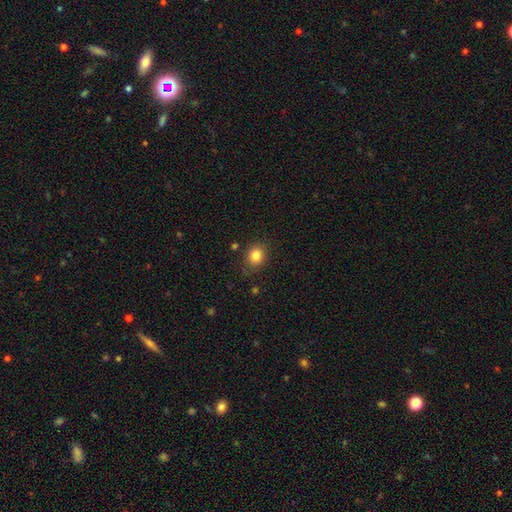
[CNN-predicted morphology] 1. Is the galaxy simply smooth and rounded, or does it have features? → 83% smooth, 11% star or artifact, 6% featured or disk.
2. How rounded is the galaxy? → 70% round, 29% in between, 1% cigar-shaped.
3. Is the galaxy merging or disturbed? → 83% none, 12% minor disturbance, 3% major disturbance, 2% merger.